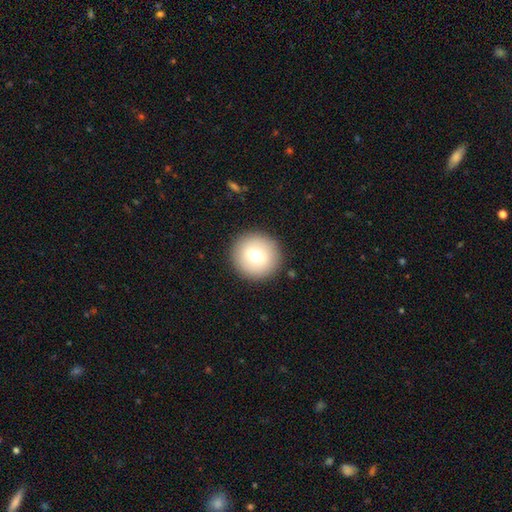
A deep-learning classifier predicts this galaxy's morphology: smooth-or-featured: smooth: 70% | featured or disk: 21% | star or artifact: 9%
  how-rounded: round: 94% | in between: 5% | cigar-shaped: 1%
  merging: none: 90% | minor disturbance: 6% | major disturbance: 2% | merger: 1%